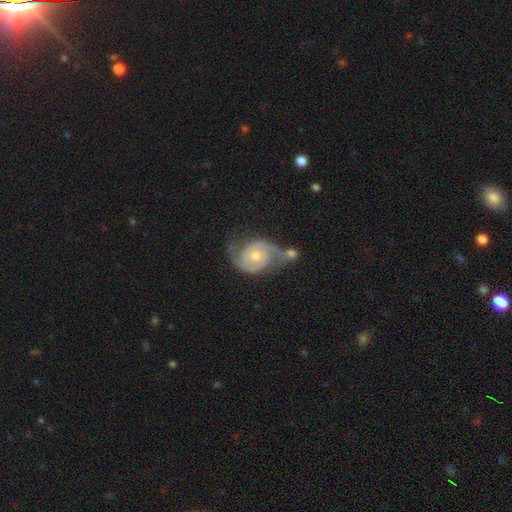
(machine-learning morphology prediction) Q: Smooth or featured?
A: featured or disk (84%); runner-up: smooth (11%)
Q: Edge-on disk?
A: no (98%); runner-up: yes (2%)
Q: Bar?
A: no (72%); runner-up: weak (24%)
Q: Spiral arms?
A: yes (95%); runner-up: no (5%)
Q: Spiral winding?
A: medium (45%); runner-up: tight (35%)
Q: Spiral arm count?
A: 2 (88%); runner-up: can't tell (5%)
Q: Bulge size?
A: moderate (57%); runner-up: small (36%)
Q: Merging?
A: none (37%); runner-up: merger (28%)